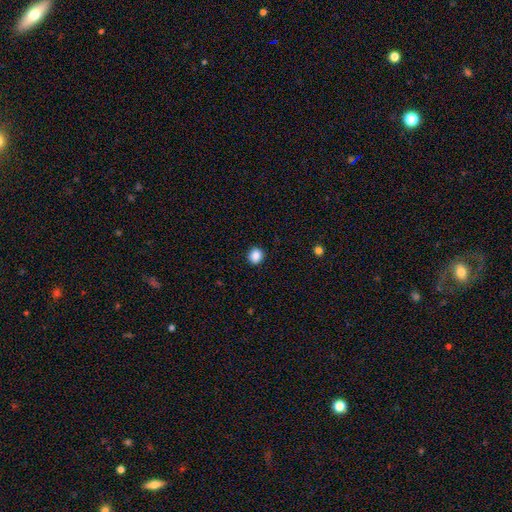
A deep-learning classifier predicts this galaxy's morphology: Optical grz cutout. It shows a smooth galaxy with no disk features (88%) that is round (81%). Merging: none (91%).